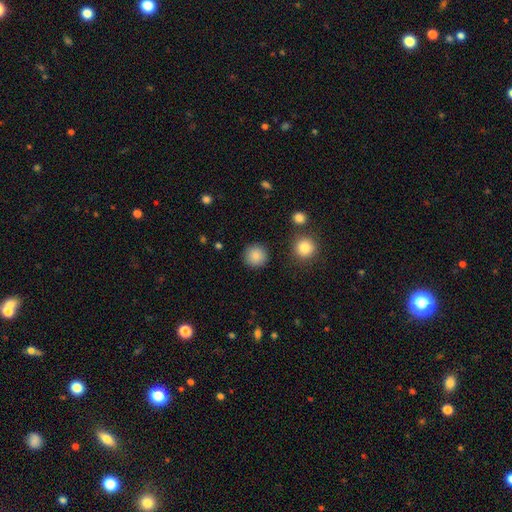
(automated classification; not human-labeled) This appears to be a smooth galaxy with no disk features (86%) that is round (95%). Merging: none (90%).